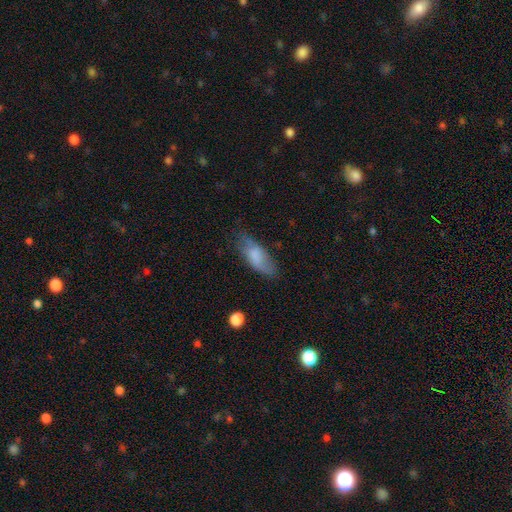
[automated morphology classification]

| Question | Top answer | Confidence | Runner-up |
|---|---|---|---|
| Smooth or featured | smooth | 76% | featured or disk (17%) |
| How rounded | in between | 74% | cigar-shaped (24%) |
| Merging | none | 66% | minor disturbance (25%) |